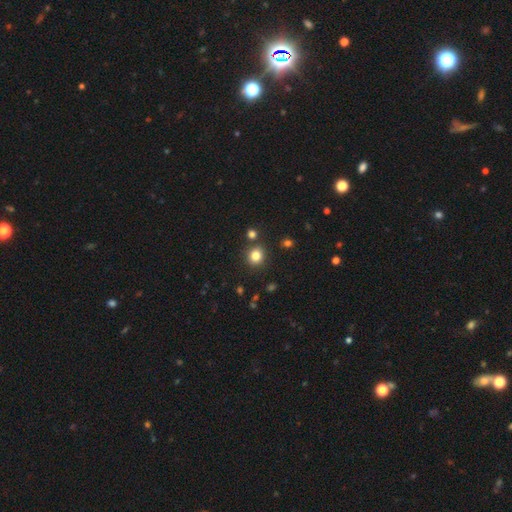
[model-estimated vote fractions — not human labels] Smooth or featured?
  - smooth: 82% *
  - star or artifact: 13%
  - featured or disk: 5%
How rounded?
  - round: 83% *
  - in between: 16%
  - cigar-shaped: 1%
Merging?
  - none: 84% *
  - minor disturbance: 8%
  - merger: 6%
  - major disturbance: 3%